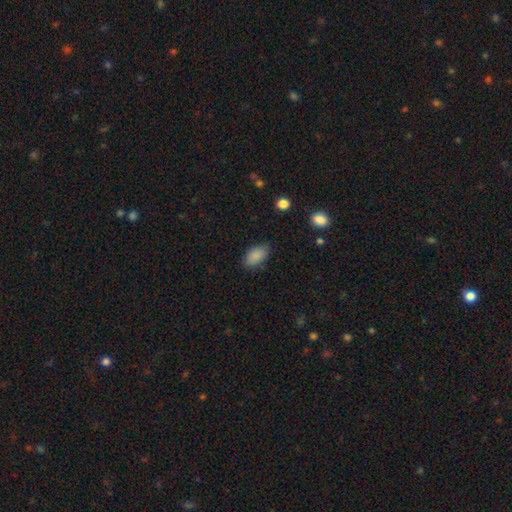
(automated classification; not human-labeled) The model was most divided on "merging": none: 81%, minor disturbance: 15%, major disturbance: 3%, merger: 1%. More confident: how rounded — in between (92%); smooth or featured — smooth (88%).